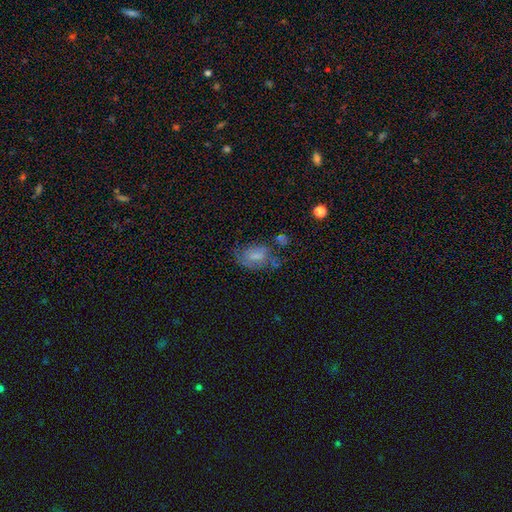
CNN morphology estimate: This is possibly a smooth galaxy (47%). Merging: marginally none (41%).